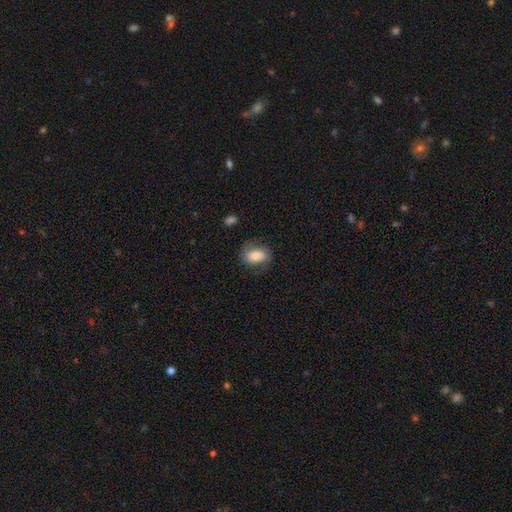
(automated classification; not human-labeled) smooth-or-featured: smooth: 61% | featured or disk: 32% | star or artifact: 7%
  how-rounded: in between: 78% | round: 21% | cigar-shaped: 2%
  merging: none: 68% | minor disturbance: 20% | major disturbance: 10% | merger: 2%